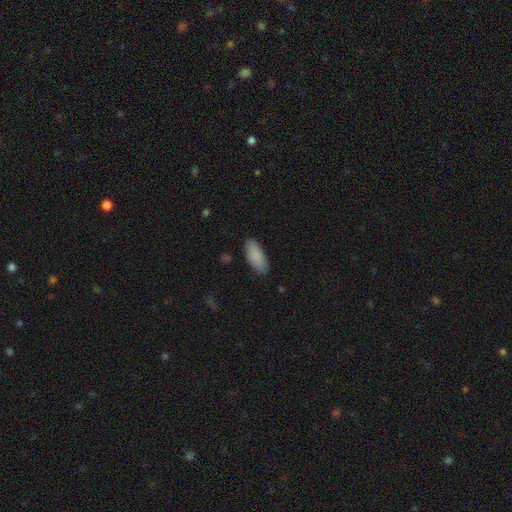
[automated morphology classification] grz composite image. It shows a smooth galaxy with no disk features (89%) that is in between round and cigar-shaped (80%). Merging: none (85%).